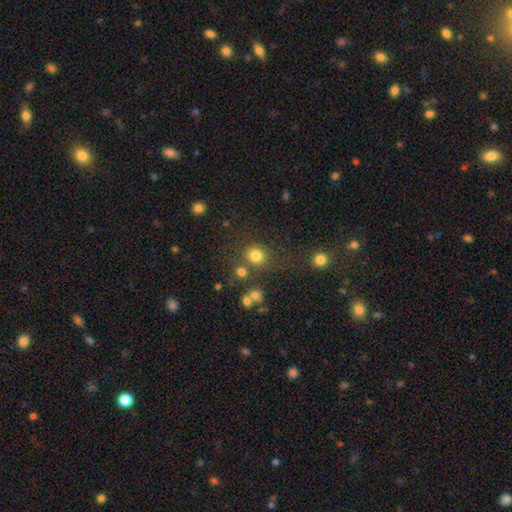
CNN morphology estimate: The model was most divided on "merging": none: 71%, merger: 13%, minor disturbance: 10%, major disturbance: 6%. More confident: how rounded — round (88%); smooth or featured — smooth (79%).